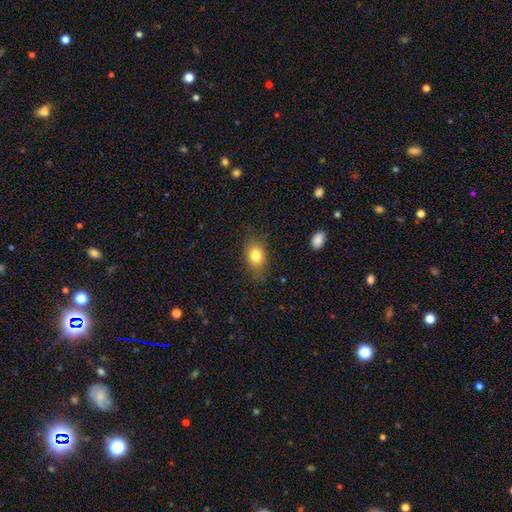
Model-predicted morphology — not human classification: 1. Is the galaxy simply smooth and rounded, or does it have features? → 80% smooth, 11% featured or disk, 9% star or artifact.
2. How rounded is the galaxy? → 73% in between, 25% round, 3% cigar-shaped.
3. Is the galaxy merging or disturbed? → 75% none, 18% minor disturbance, 5% major disturbance, 1% merger.